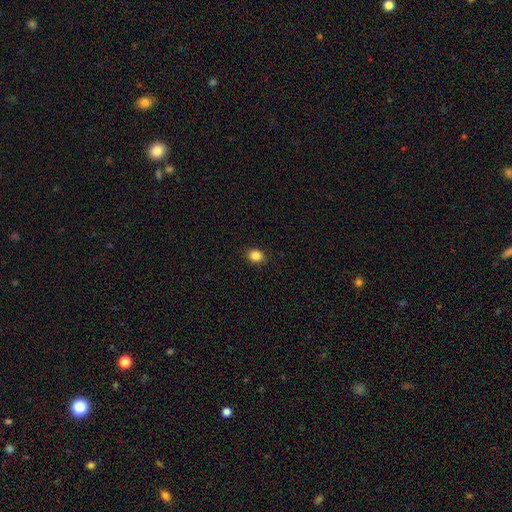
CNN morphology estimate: Q: Smooth or featured?
A: smooth (86%); runner-up: star or artifact (10%)
Q: How rounded?
A: round (55%); runner-up: in between (44%)
Q: Merging?
A: none (90%); runner-up: minor disturbance (7%)